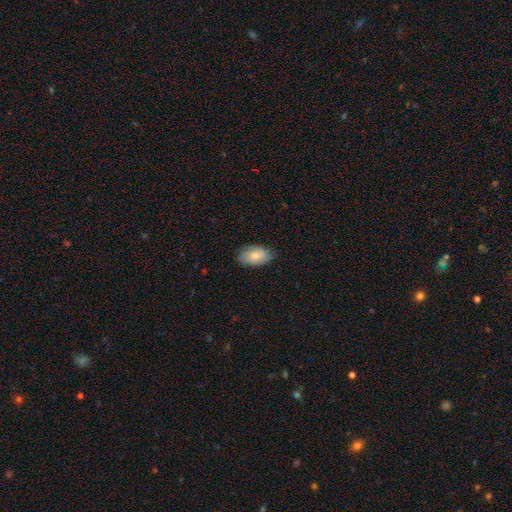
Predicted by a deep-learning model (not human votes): Smooth or featured?
  - smooth: 69% *
  - featured or disk: 24%
  - star or artifact: 7%
How rounded?
  - in between: 91% *
  - round: 7%
  - cigar-shaped: 2%
Merging?
  - none: 75% *
  - minor disturbance: 20%
  - major disturbance: 4%
  - merger: 1%